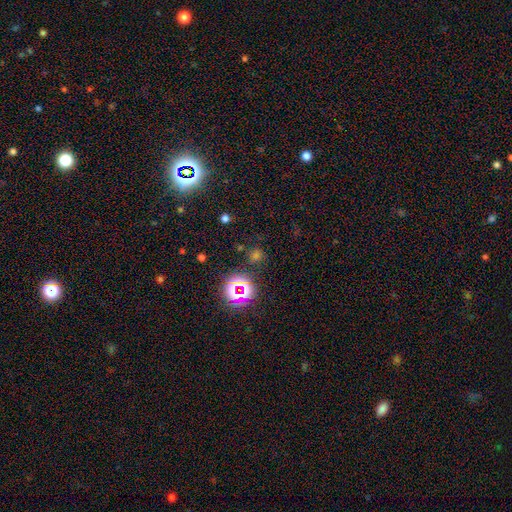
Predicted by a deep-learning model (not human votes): Q: Smooth or featured?
A: star or artifact (54%); runner-up: smooth (39%)